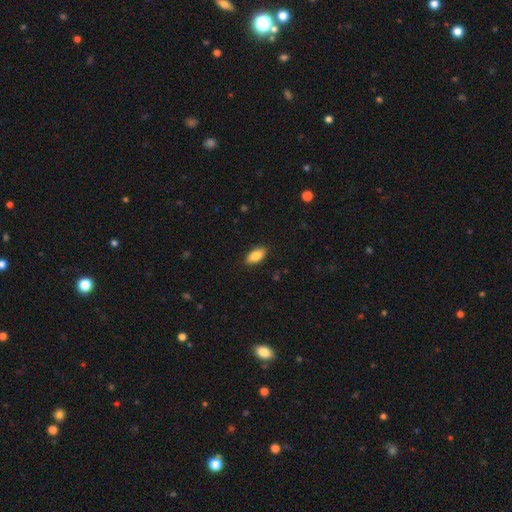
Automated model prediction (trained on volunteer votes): Smooth or featured? smooth (86%)
How rounded? in between (91%)
Merging? none (88%)